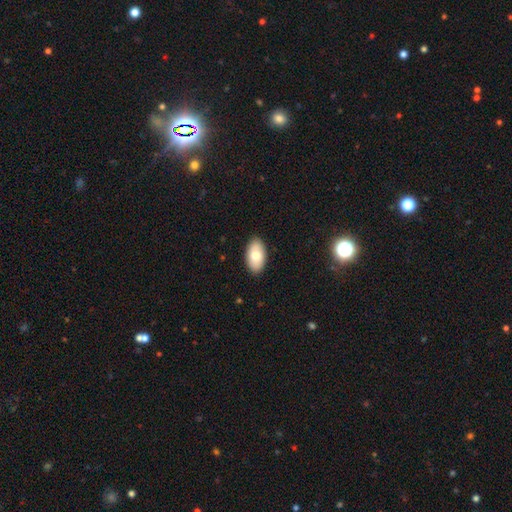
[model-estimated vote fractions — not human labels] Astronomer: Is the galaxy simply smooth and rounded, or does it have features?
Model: smooth — 77%.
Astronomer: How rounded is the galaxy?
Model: in between — 95%.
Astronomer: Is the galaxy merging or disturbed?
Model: none — 88%.